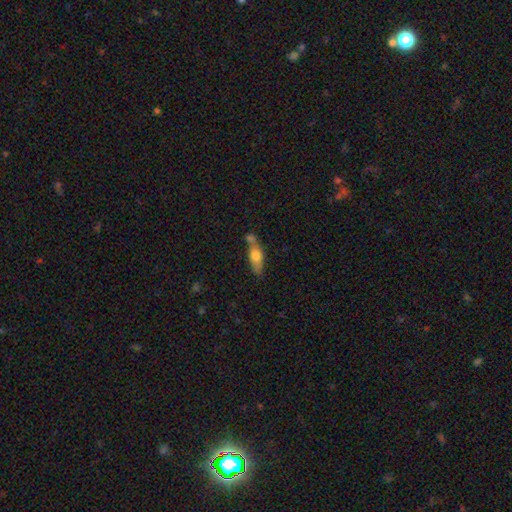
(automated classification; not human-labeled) Q: Smooth or featured?
A: smooth (62%); runner-up: featured or disk (32%)
Q: How rounded?
A: in between (55%); runner-up: cigar-shaped (40%)
Q: Merging?
A: none (47%); runner-up: merger (27%)